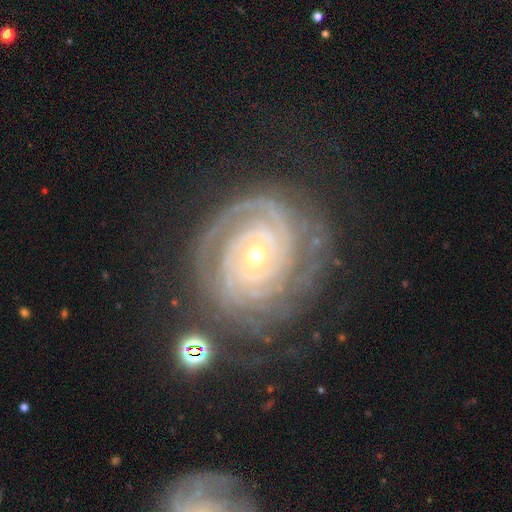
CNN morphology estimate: A featured or disk galaxy (90%) with no bar (68%), 2 (29%) tight (87%) spiral arms (98%) and a small central bulge (64%). Merging: none (73%).